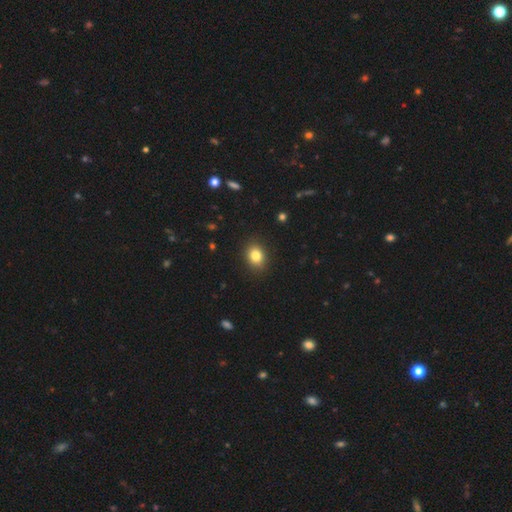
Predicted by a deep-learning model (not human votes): smooth 83%, star or artifact 10%, featured or disk 7%. Down the decision tree: how rounded — in between (56%); merging — none (89%).